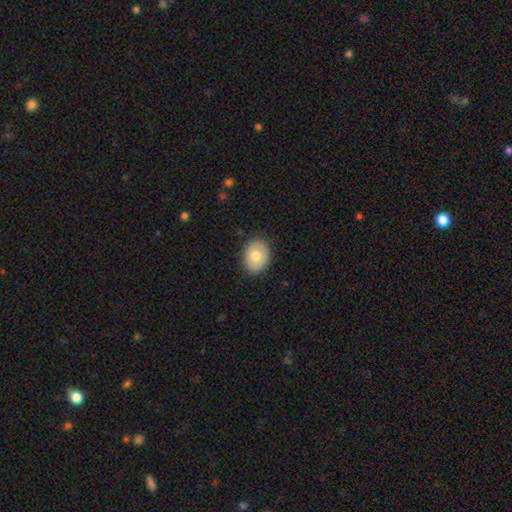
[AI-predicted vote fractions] Morphology: type=smooth (74%); roundness=in between (57%); merging=none (86%).